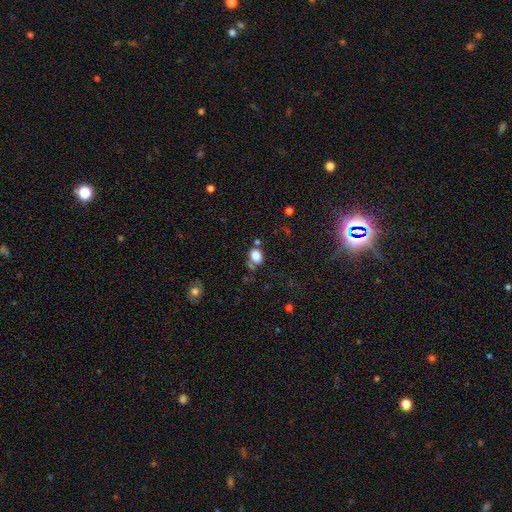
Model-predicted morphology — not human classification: A smooth galaxy with no disk features (81%) that is in between round and cigar-shaped (56%). Merging: none (61%).